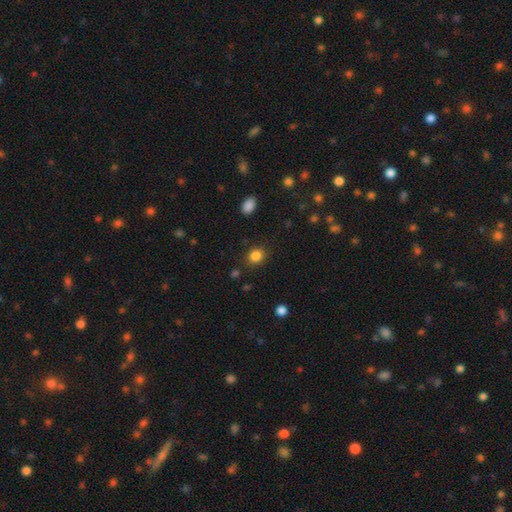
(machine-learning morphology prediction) Smooth or featured: smooth — 85% (star or artifact — 11%)
How rounded: round — 61% (in between — 38%)
Merging: none — 86% (minor disturbance — 9%)